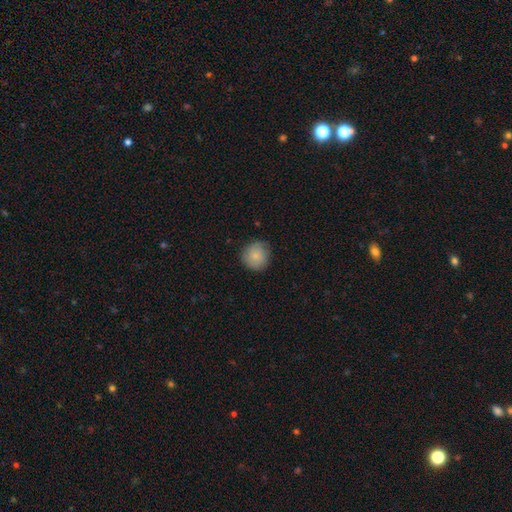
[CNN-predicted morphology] smooth_or_featured: smooth (p=0.84) [alt: featured or disk p=0.09]
how_rounded: round (p=0.92) [alt: in between p=0.07]
merging: none (p=0.82) [alt: minor disturbance p=0.14]